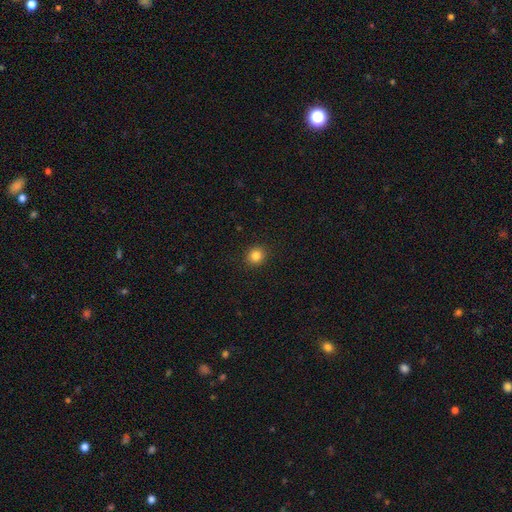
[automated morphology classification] Q: Smooth or featured?
A: smooth (84%); runner-up: star or artifact (11%)
Q: How rounded?
A: round (88%); runner-up: in between (11%)
Q: Merging?
A: none (92%); runner-up: minor disturbance (5%)